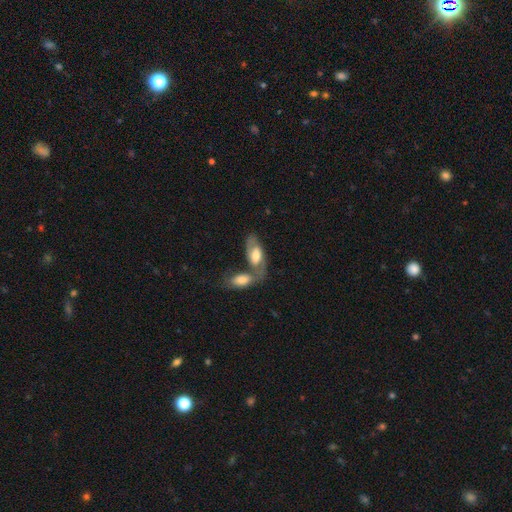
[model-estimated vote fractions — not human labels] The model was most divided on "smooth or featured": featured or disk: 53%, smooth: 41%, star or artifact: 6%. More confident: edge-on disk — no (88%); merging — merger (53%).